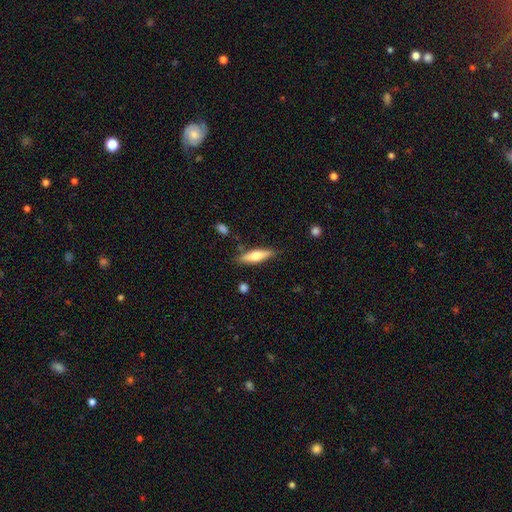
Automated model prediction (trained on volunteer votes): This appears to be a smooth galaxy with no disk features (58%) that is cigar-shaped (66%). Merging: none (82%).